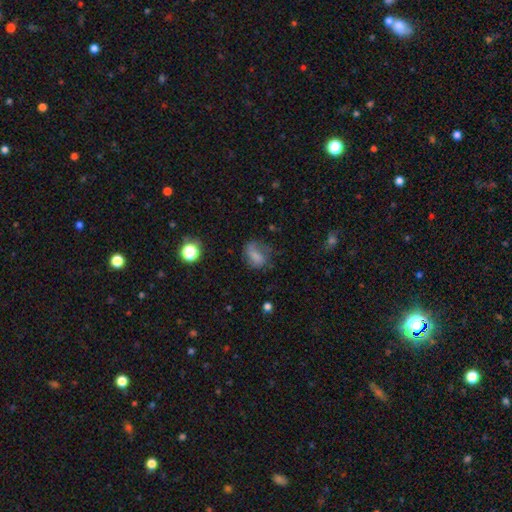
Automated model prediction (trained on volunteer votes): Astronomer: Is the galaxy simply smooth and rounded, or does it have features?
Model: smooth — 60%.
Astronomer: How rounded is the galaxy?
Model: in between — 70%.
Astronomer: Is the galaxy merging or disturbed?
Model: none — 46% (runner-up: minor disturbance, 27%).